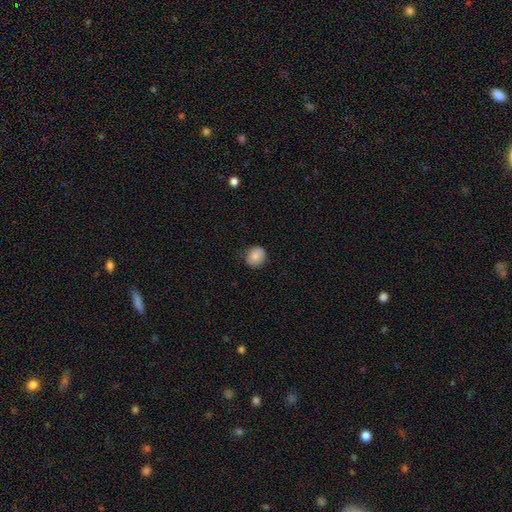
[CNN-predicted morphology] Smooth or featured?
  - smooth: 84% *
  - star or artifact: 9%
  - featured or disk: 8%
How rounded?
  - round: 82% *
  - in between: 17%
  - cigar-shaped: 1%
Merging?
  - none: 81% *
  - minor disturbance: 15%
  - major disturbance: 3%
  - merger: 1%